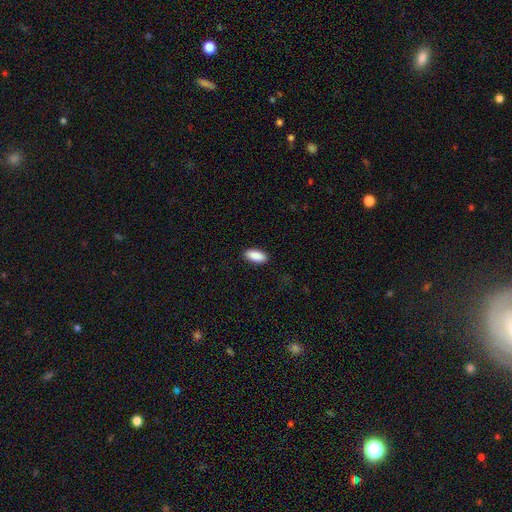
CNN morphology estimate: Overall: smooth (90%). How rounded: in between (88%). Merging: none (90%).